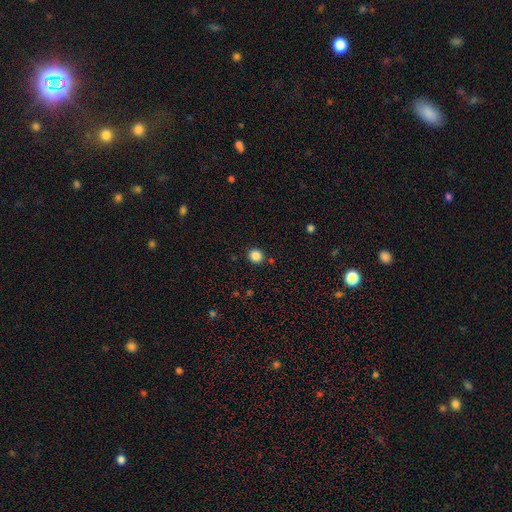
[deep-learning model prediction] The model was most divided on "smooth or featured": smooth: 86%, star or artifact: 11%, featured or disk: 3%. More confident: merging — none (89%); how rounded — round (87%).